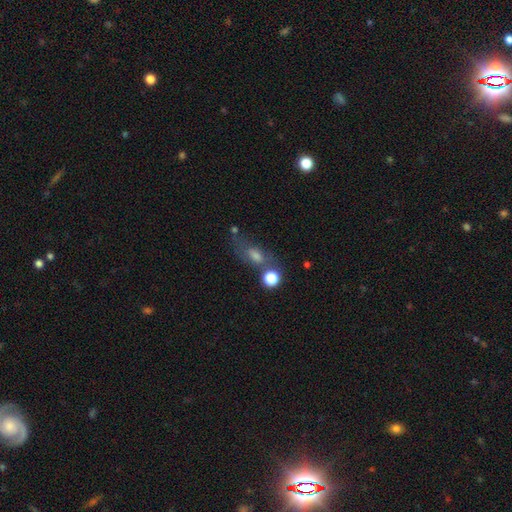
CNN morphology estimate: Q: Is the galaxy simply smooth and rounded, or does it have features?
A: smooth — 52%.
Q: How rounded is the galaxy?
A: in between — 61%.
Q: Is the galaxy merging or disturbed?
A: none — 50%.